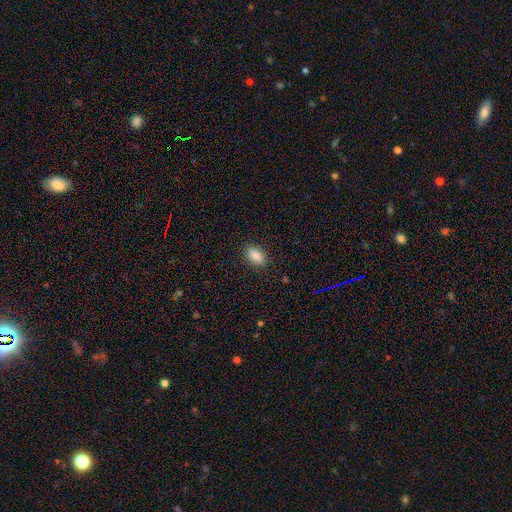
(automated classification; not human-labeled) A smooth galaxy with no disk features (88%) that is in between round and cigar-shaped (90%).

Vote fractions:
- Smooth or featured? smooth: 88% / star or artifact: 7% / featured or disk: 4%
- How rounded? in between: 90% / round: 6% / cigar-shaped: 4%
- Merging? none: 88% / minor disturbance: 9% / major disturbance: 2% / merger: 1%